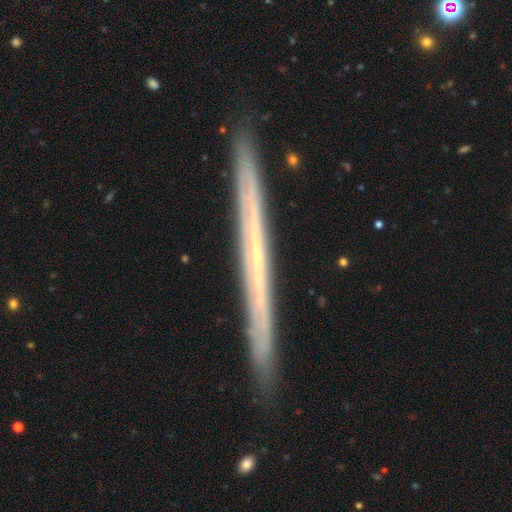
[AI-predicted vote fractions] Smooth or featured?
  - featured or disk: 66% *
  - smooth: 27%
  - star or artifact: 7%
Edge-on disk?
  - yes: 96% *
  - no: 4%
Edge-on bulge?
  - none: 90% *
  - rounded: 7%
  - boxy: 2%
Merging?
  - none: 91% *
  - minor disturbance: 7%
  - major disturbance: 1%
  - merger: 1%